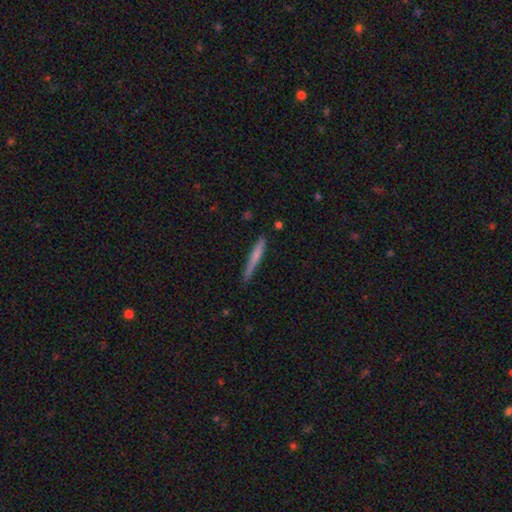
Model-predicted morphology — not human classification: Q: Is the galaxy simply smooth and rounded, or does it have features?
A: smooth — 64%.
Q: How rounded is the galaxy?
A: cigar-shaped — 96%.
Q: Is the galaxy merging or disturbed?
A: none — 82%.